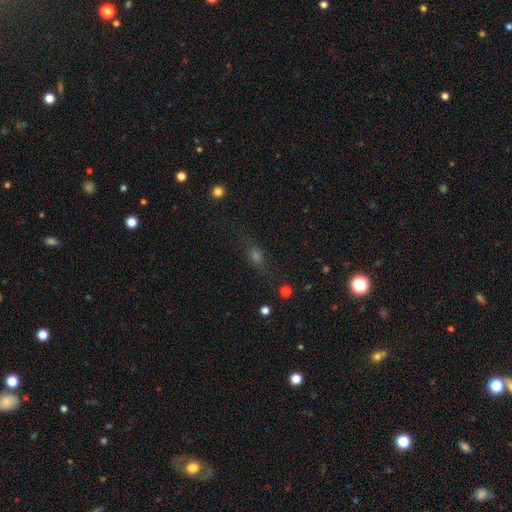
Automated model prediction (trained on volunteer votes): A smooth galaxy with no disk features (49%). Merging: none (71%).